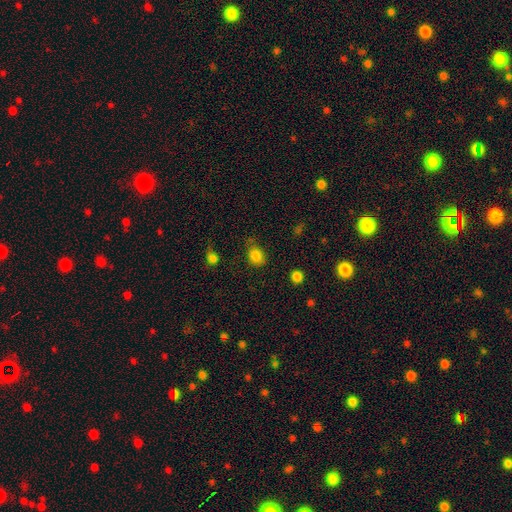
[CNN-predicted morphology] Overall: smooth (83%). How rounded: round (50%; in between 48%). Merging: none (68%).